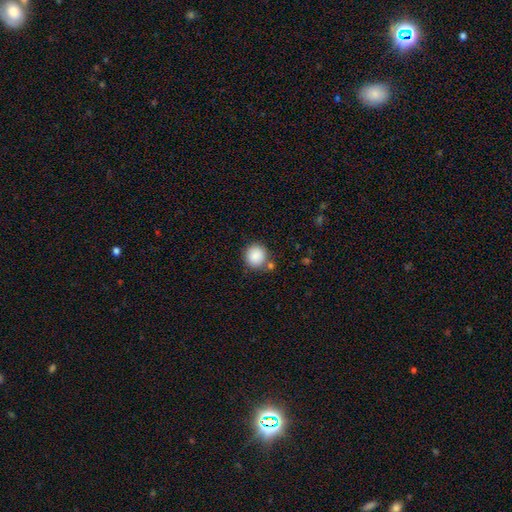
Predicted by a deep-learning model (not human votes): Smooth or featured? Predicted: smooth (p=0.88). How rounded? Predicted: round (p=0.88). Merging? Predicted: none (p=0.75).